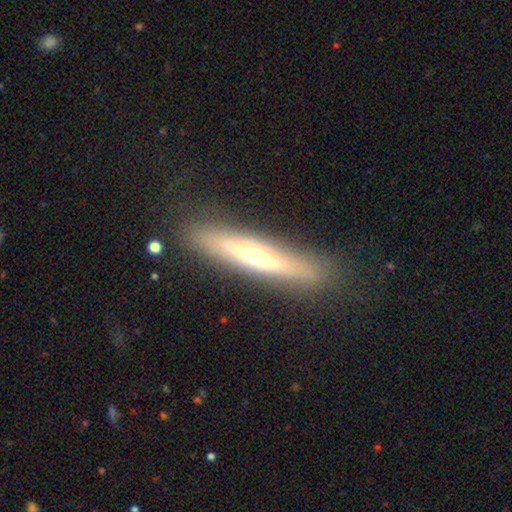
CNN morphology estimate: Smooth or featured? Predicted: featured or disk (p=0.58). Edge-on disk? Predicted: yes (p=0.87). Edge-on bulge? Predicted: rounded (p=0.81). Merging? Predicted: none (p=0.86).